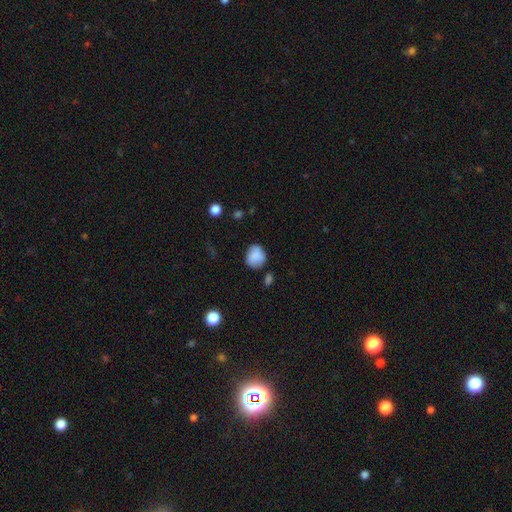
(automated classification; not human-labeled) Smooth or featured?
  - smooth: 81% *
  - featured or disk: 10%
  - star or artifact: 9%
How rounded?
  - round: 71% *
  - in between: 28%
  - cigar-shaped: 1%
Merging?
  - none: 69% *
  - minor disturbance: 21%
  - major disturbance: 6%
  - merger: 4%